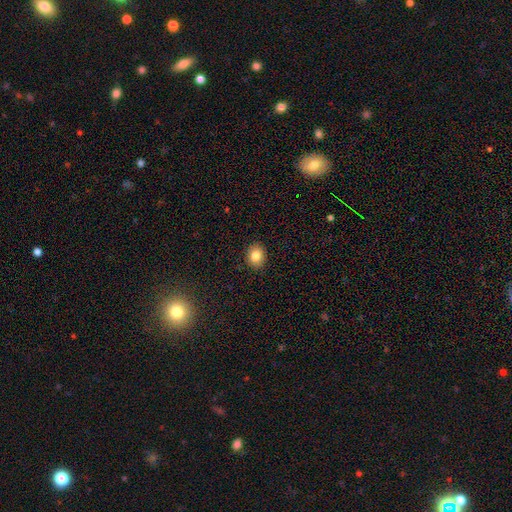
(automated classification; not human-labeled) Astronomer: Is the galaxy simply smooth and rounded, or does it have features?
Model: smooth — 83%.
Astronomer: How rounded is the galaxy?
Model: round — 51% (runner-up: in between, 48%).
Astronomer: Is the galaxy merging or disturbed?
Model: none — 91%.